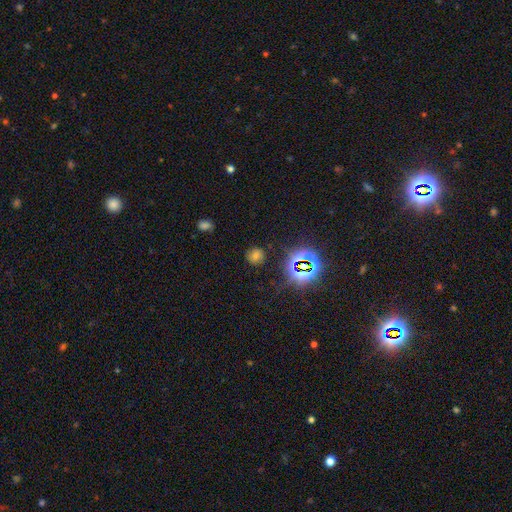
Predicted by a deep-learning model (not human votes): This appears to be a smooth galaxy with no disk features (47%). Merging: none (84%).